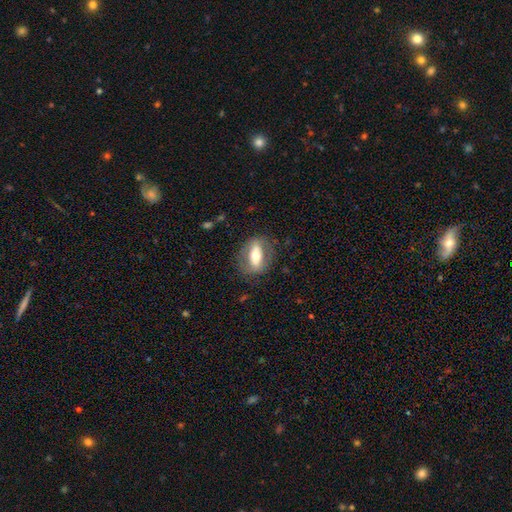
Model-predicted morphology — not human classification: type=featured or disk (47%); merging=none (77%).